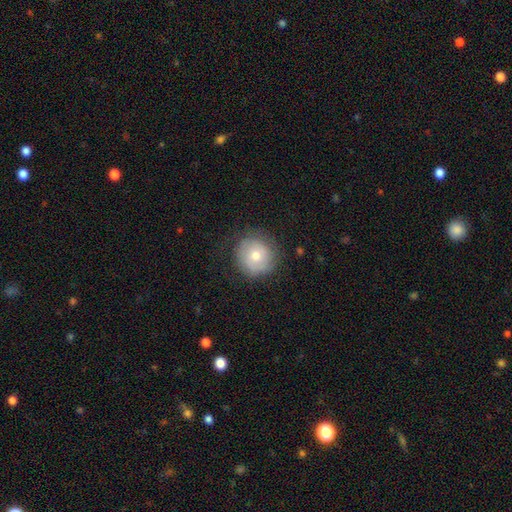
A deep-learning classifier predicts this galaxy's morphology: smooth 65%, featured or disk 27%, star or artifact 8%. Down the decision tree: how rounded — round (93%); merging — none (77%).